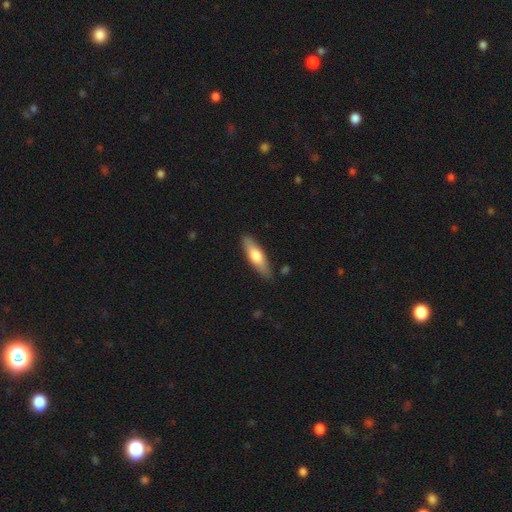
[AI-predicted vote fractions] This appears to be a smooth galaxy with no disk features (61%) that is cigar-shaped (62%). Merging: none (86%).